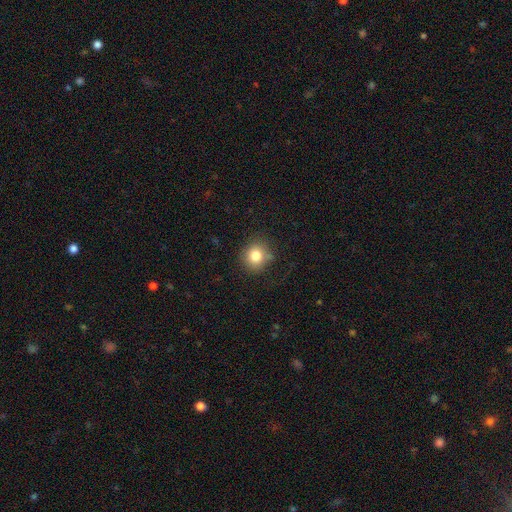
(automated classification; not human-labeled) A smooth galaxy with no disk features (80%) that is round (85%). Merging: none (80%).